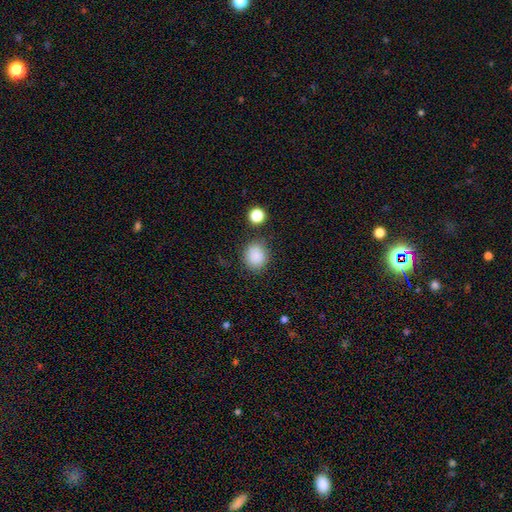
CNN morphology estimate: Overall: smooth (86%). How rounded: round (72%). Merging: none (81%).